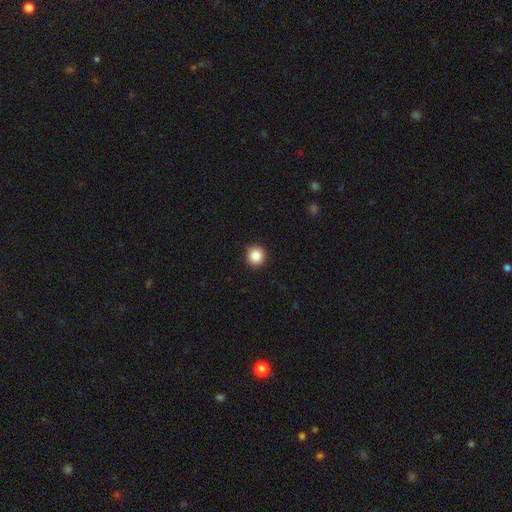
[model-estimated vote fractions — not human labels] smooth_or_featured: smooth (p=0.86) [alt: star or artifact p=0.10]
how_rounded: round (p=0.92) [alt: in between p=0.07]
merging: none (p=0.92) [alt: minor disturbance p=0.06]